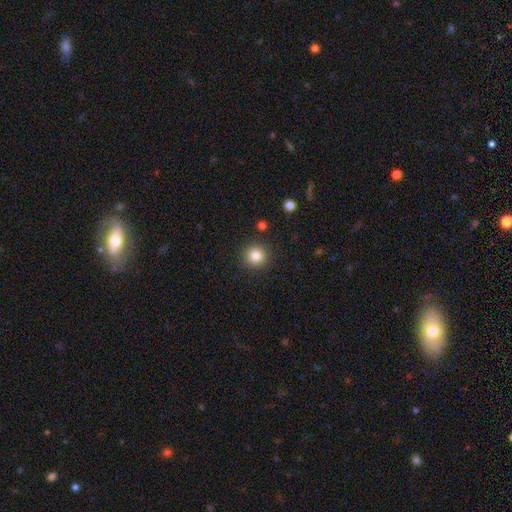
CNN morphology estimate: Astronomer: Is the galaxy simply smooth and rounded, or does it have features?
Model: smooth — 83%.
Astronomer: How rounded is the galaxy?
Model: round — 94%.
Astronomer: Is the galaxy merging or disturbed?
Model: none — 90%.